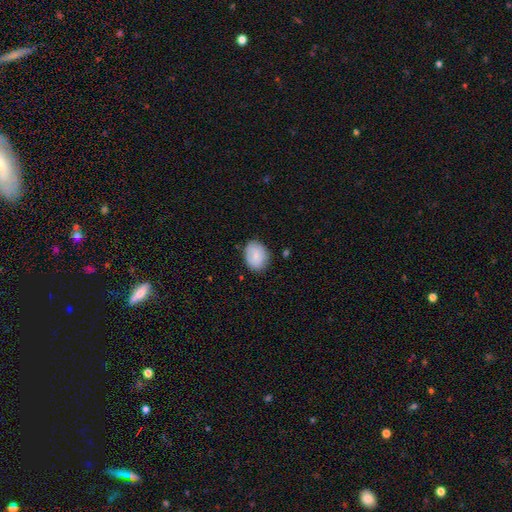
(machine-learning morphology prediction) Q: Smooth or featured?
A: smooth (75%); runner-up: featured or disk (18%)
Q: How rounded?
A: in between (60%); runner-up: round (39%)
Q: Merging?
A: none (76%); runner-up: minor disturbance (18%)